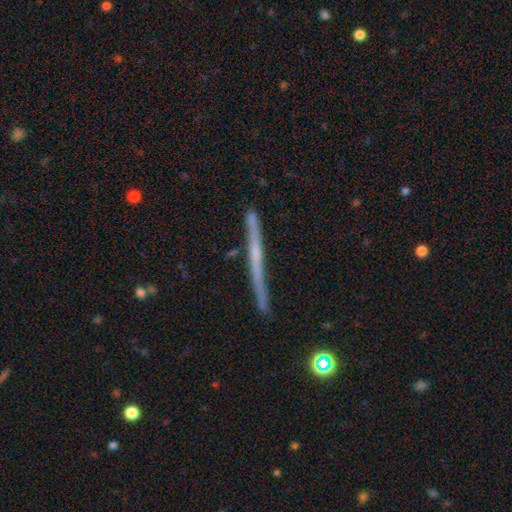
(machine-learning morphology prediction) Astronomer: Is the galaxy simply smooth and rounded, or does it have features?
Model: featured or disk — 65%.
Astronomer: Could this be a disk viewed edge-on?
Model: yes — 97%.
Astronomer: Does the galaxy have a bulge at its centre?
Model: none — 77%.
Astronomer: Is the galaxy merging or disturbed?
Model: none — 86%.